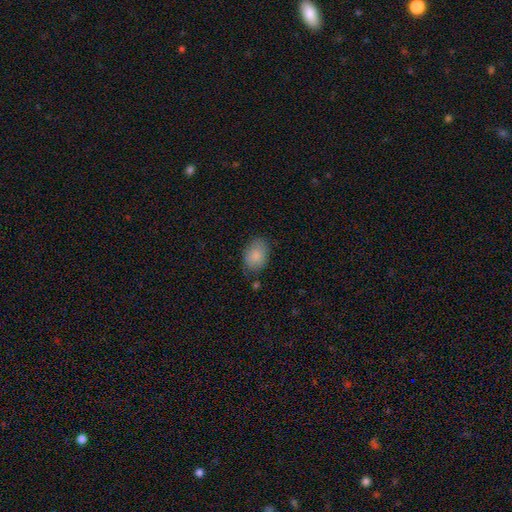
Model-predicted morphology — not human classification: smooth_or_featured: smooth (p=0.85) [alt: featured or disk p=0.08]
how_rounded: in between (p=0.80) [alt: round p=0.19]
merging: none (p=0.73) [alt: minor disturbance p=0.19]